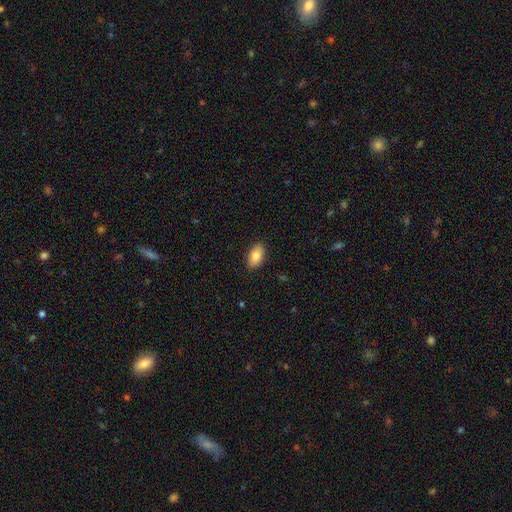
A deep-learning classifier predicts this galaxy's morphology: The model was most divided on "smooth or featured": smooth: 85%, featured or disk: 8%, star or artifact: 7%. More confident: how rounded — in between (93%); merging — none (88%).